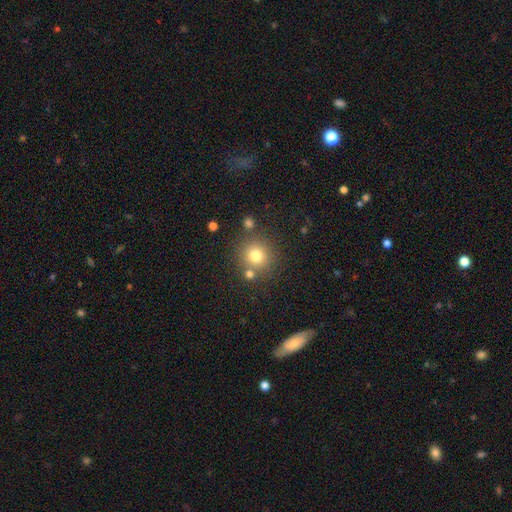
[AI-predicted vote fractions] Overall: smooth (76%). How rounded: round (92%). Merging: none (77%).